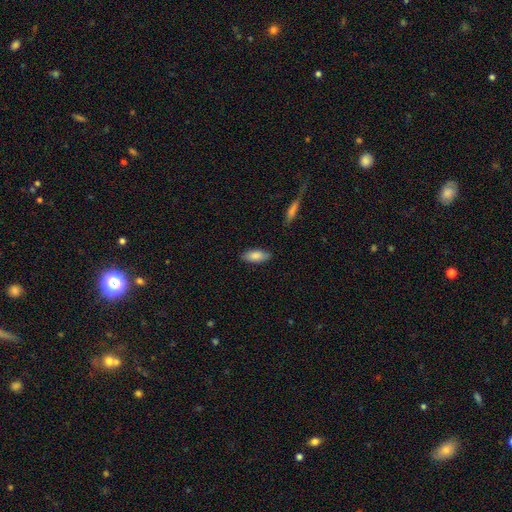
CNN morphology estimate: Smooth or featured? smooth (85%)
How rounded? in between (82%)
Merging? none (84%)